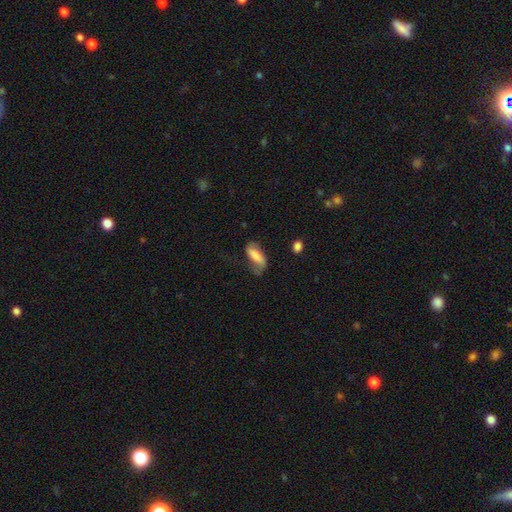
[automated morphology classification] A smooth galaxy with no disk features (61%) that is in between round and cigar-shaped (77%).

Vote fractions:
- Smooth or featured? smooth: 61% / featured or disk: 32% / star or artifact: 8%
- How rounded? in between: 77% / cigar-shaped: 20% / round: 3%
- Merging? none: 42% / minor disturbance: 29% / major disturbance: 26% / merger: 3%